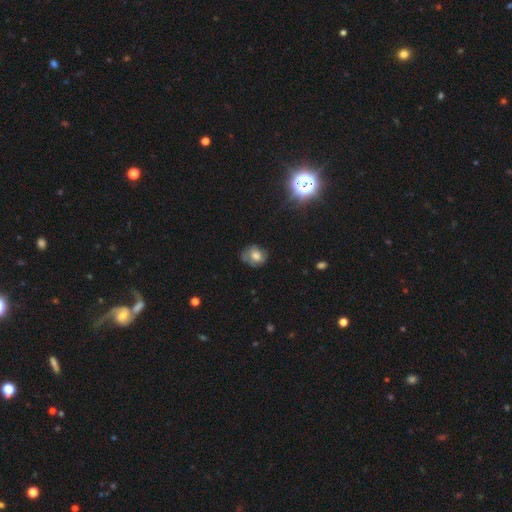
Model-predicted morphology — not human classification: Smooth or featured: smooth — 65% (featured or disk — 23%)
How rounded: round — 58% (in between — 41%)
Merging: none — 59% (minor disturbance — 28%)